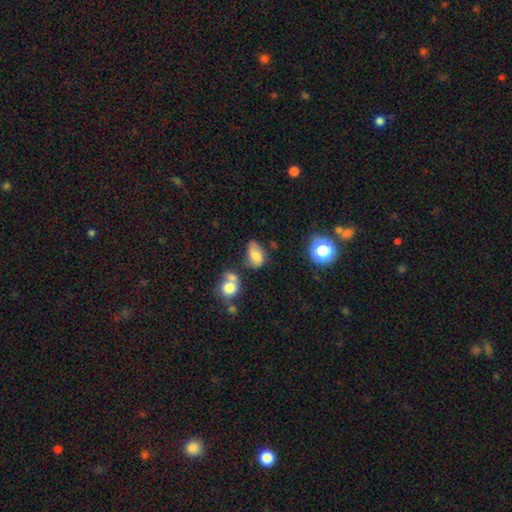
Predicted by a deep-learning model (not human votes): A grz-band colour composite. It shows a smooth galaxy with no disk features (64%) that is in between round and cigar-shaped (81%). Merging: none (40%).